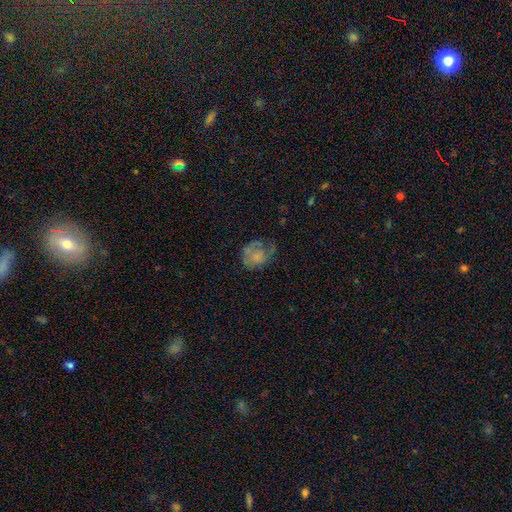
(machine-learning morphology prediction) smooth_or_featured: smooth (p=0.53) [alt: featured or disk p=0.37]
how_rounded: round (p=0.58) [alt: in between p=0.41]
merging: none (p=0.37) [alt: major disturbance p=0.31]